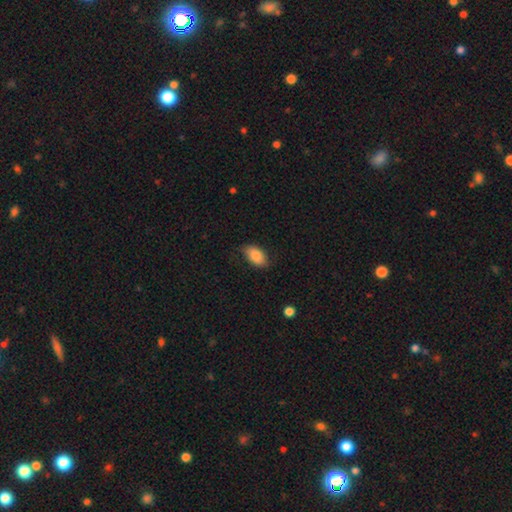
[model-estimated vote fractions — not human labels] Overall: smooth (83%). How rounded: in between (93%). Merging: none (74%).